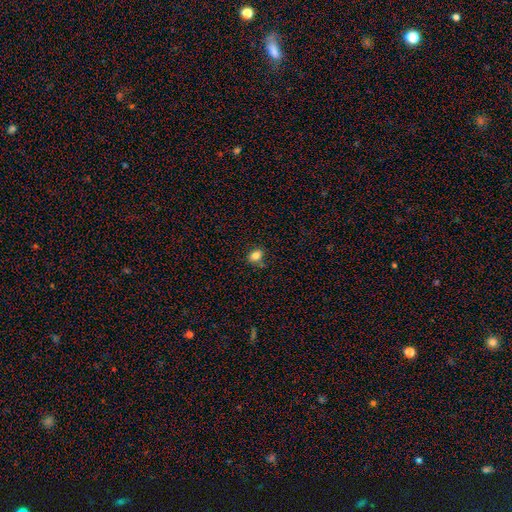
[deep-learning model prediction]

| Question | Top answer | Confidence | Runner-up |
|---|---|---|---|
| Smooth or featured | smooth | 82% | star or artifact (11%) |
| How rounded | in between | 69% | round (29%) |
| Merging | none | 74% | minor disturbance (17%) |